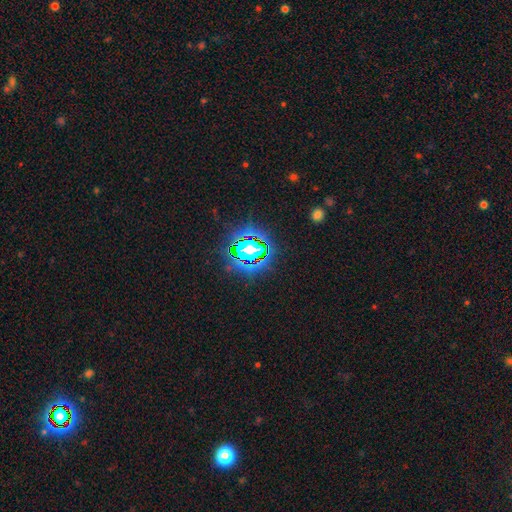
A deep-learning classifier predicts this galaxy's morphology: A star or artifact, not a galaxy (78%).

Vote fractions:
- Smooth or featured? star or artifact: 78% / smooth: 13% / featured or disk: 9%